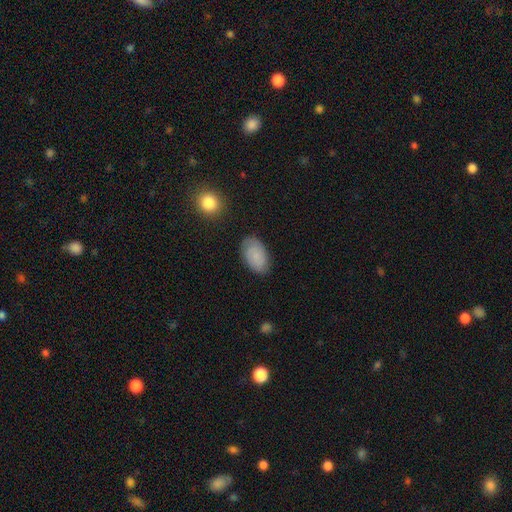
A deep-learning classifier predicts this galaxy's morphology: A smooth galaxy with no disk features (64%) that is in between round and cigar-shaped (93%).

Vote fractions:
- Smooth or featured? smooth: 64% / featured or disk: 28% / star or artifact: 9%
- How rounded? in between: 93% / round: 6% / cigar-shaped: 2%
- Merging? none: 80% / minor disturbance: 15% / major disturbance: 4% / merger: 2%